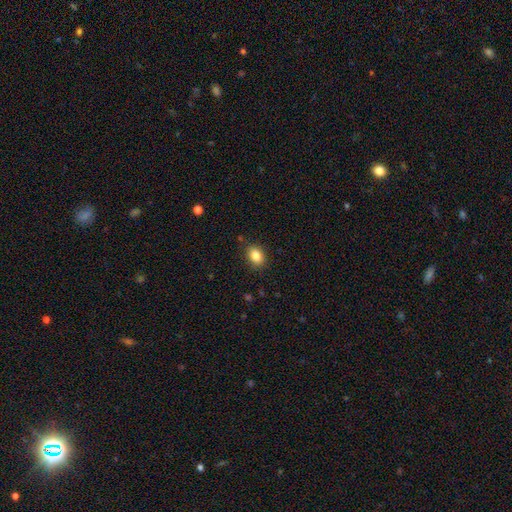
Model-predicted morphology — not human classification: smooth_or_featured: smooth (p=0.85) [alt: star or artifact p=0.09]
how_rounded: in between (p=0.69) [alt: round p=0.30]
merging: none (p=0.86) [alt: minor disturbance p=0.10]